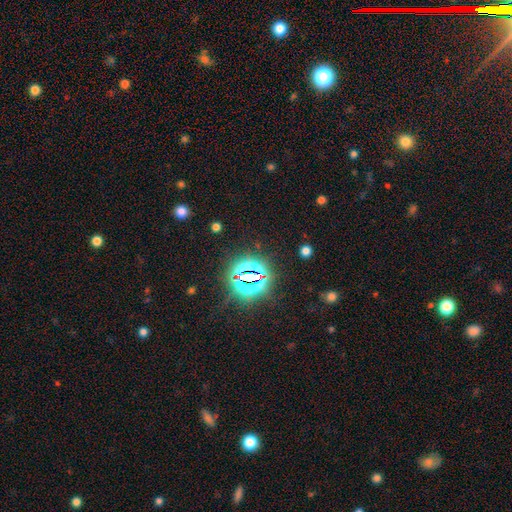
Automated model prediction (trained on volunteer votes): smooth-or-featured: star or artifact: 81% | smooth: 12% | featured or disk: 7%